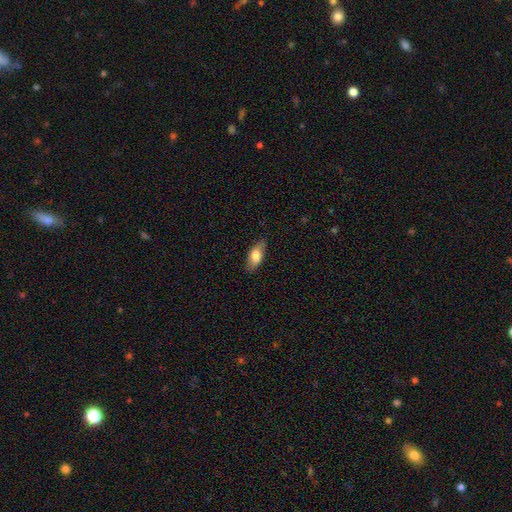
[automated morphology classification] smooth-or-featured: smooth: 75% | featured or disk: 18% | star or artifact: 6%
  how-rounded: in between: 82% | cigar-shaped: 15% | round: 3%
  merging: none: 80% | minor disturbance: 16% | major disturbance: 4% | merger: 1%